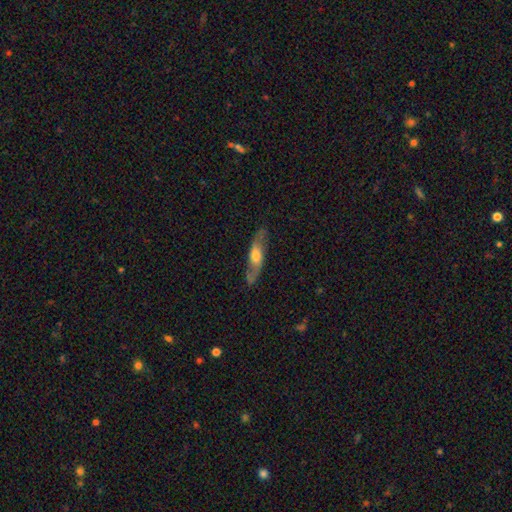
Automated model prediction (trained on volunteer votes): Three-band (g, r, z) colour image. It shows a featured or disk galaxy (66%). Merging: none (77%).